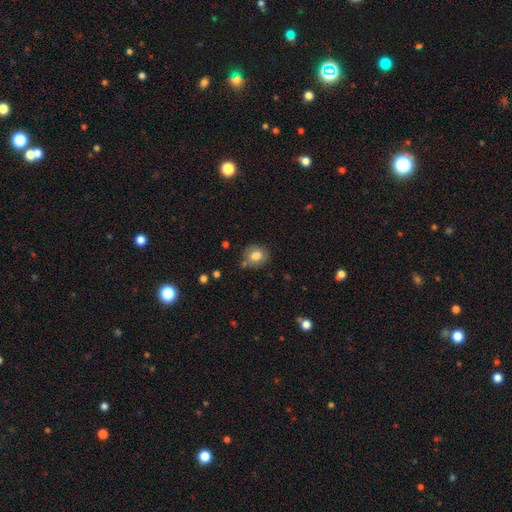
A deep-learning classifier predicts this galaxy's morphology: Smooth or featured: smooth — 78% (featured or disk — 12%)
How rounded: round — 63% (in between — 36%)
Merging: none — 71% (minor disturbance — 20%)